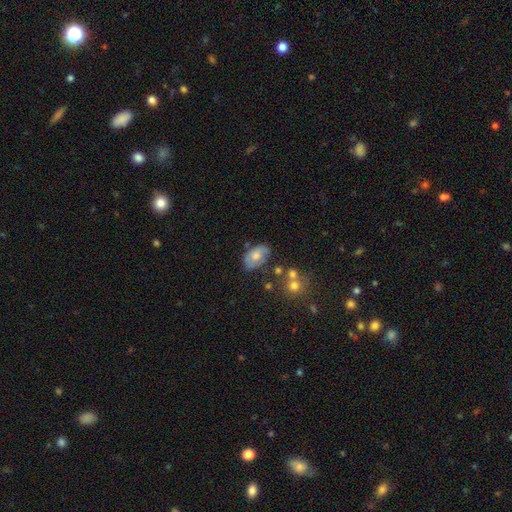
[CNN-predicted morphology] Smooth or featured? Predicted: smooth (p=0.60). How rounded? Predicted: in between (p=0.91). Merging? Predicted: none (p=0.62).